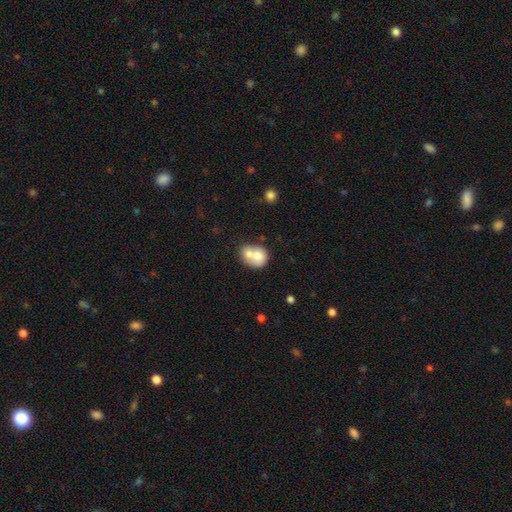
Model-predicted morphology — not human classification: This appears to be a smooth galaxy with no disk features (67%) that is round (61%). Merging: merger (67%).